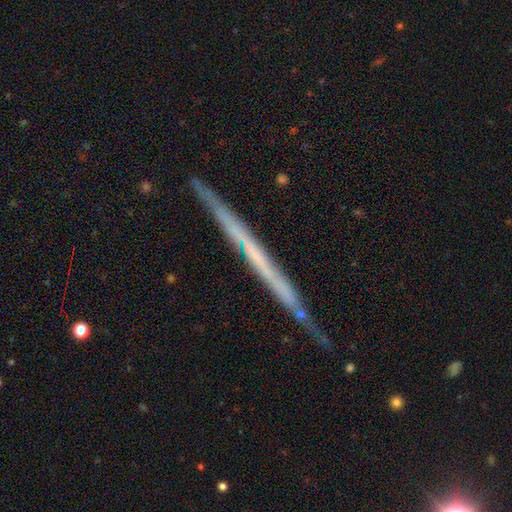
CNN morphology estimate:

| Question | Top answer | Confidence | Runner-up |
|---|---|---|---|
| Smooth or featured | featured or disk | 66% | smooth (26%) |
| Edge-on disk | yes | 95% | no (5%) |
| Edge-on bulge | none | 90% | rounded (6%) |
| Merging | none | 83% | minor disturbance (13%) |